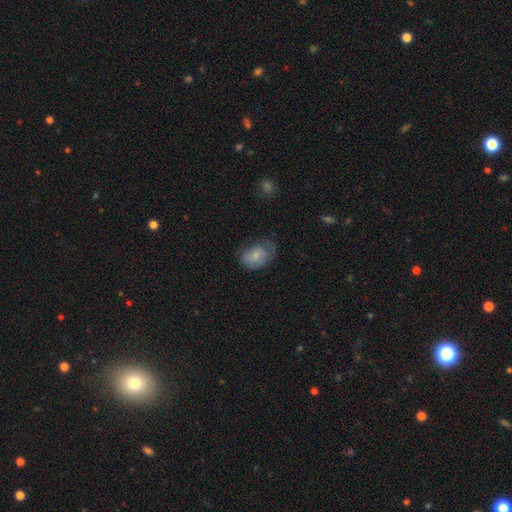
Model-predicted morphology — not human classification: The model was most divided on "merging": none: 48%, minor disturbance: 34%, major disturbance: 16%, merger: 2%. More confident: how rounded — in between (82%); smooth or featured — smooth (76%).